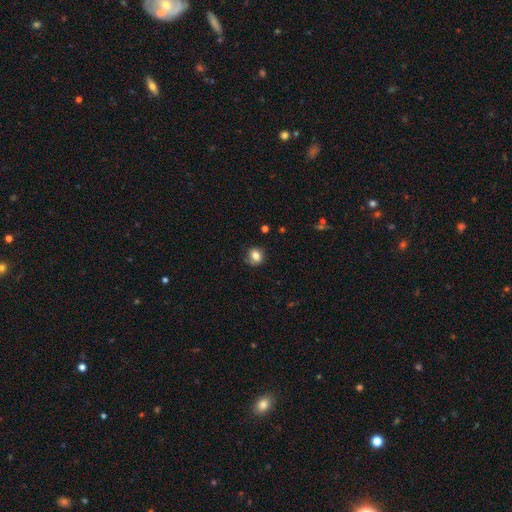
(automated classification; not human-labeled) smooth_or_featured: smooth (p=0.80) [alt: star or artifact p=0.10]
how_rounded: round (p=0.71) [alt: in between p=0.28]
merging: none (p=0.75) [alt: minor disturbance p=0.19]